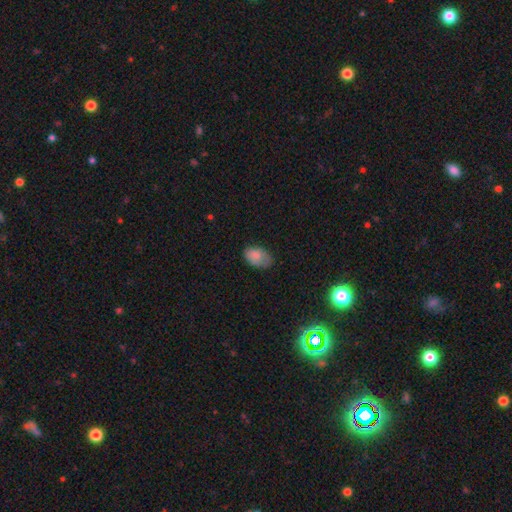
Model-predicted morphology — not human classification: Smooth or featured? smooth (82%)
How rounded? in between (90%)
Merging? none (61%)